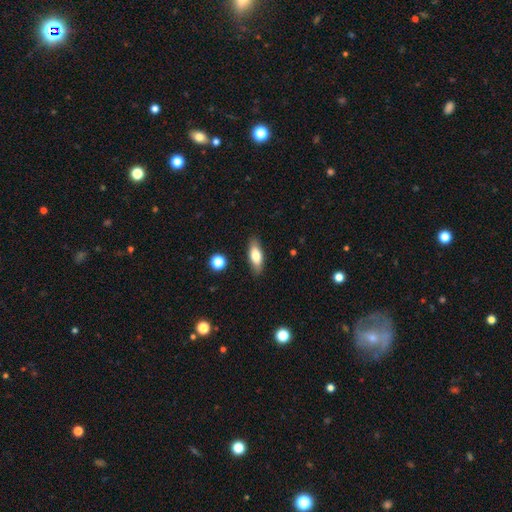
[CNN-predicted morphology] This is likely a smooth galaxy (73%). How rounded: likely in between (70%). Merging: clearly none (85%).